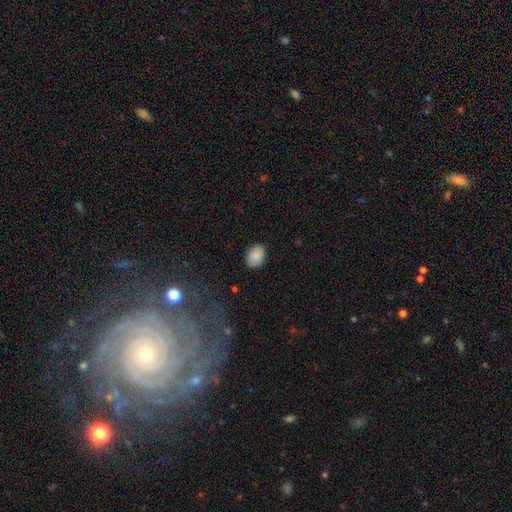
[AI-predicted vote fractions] This is clearly a smooth galaxy (88%). How rounded: likely in between (77%). Merging: clearly none (86%).